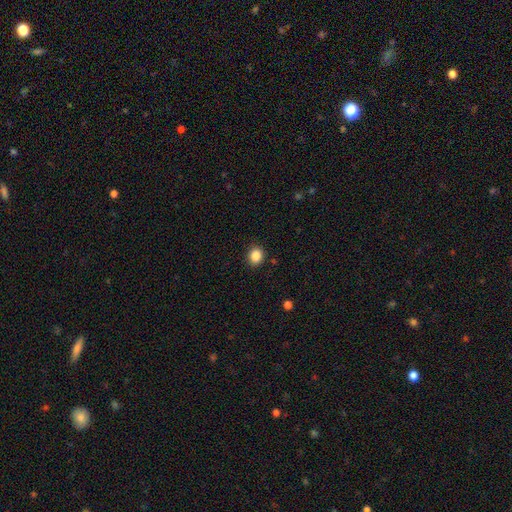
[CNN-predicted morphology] This is clearly a smooth galaxy (86%). How rounded: likely round (72%). Merging: clearly none (89%).